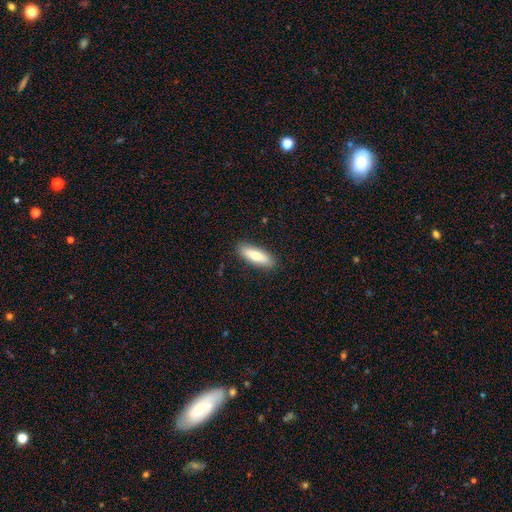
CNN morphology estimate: smooth-or-featured: smooth: 75% | featured or disk: 20% | star or artifact: 6%
  how-rounded: in between: 51% | cigar-shaped: 47% | round: 2%
  merging: none: 88% | minor disturbance: 9% | major disturbance: 2% | merger: 1%